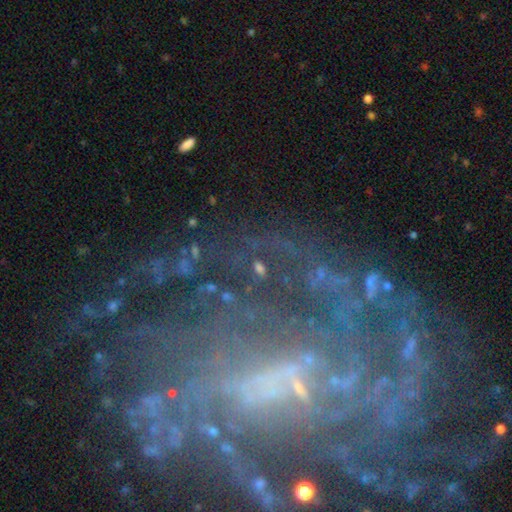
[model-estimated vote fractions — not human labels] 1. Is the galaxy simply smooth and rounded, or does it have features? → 74% featured or disk, 16% star or artifact, 9% smooth.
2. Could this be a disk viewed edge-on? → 96% no, 4% yes.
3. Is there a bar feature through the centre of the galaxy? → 41% no, 31% weak, 28% strong.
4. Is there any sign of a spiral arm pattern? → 80% yes, 20% no.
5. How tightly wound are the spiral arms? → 54% tight, 30% medium, 16% loose.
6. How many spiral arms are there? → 38% can't tell, 17% 2, 13% 3, 11% more than 4, 11% 4, 10% 1.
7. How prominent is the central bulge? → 43% small, 32% none, 18% moderate, 5% large, 2% dominant.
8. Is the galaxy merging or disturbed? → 63% none, 17% major disturbance, 16% minor disturbance, 4% merger.